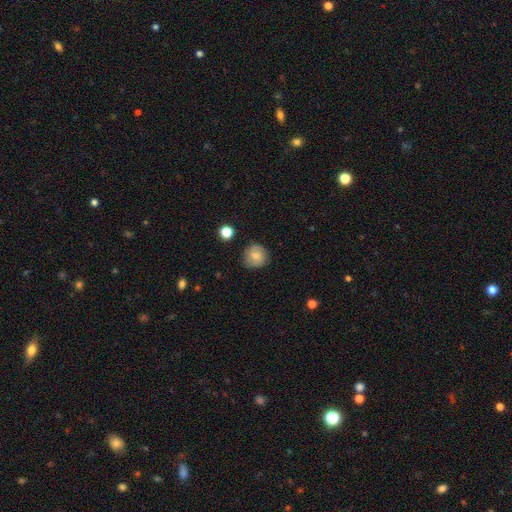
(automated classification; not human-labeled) The model was most divided on "smooth or featured": smooth: 70%, featured or disk: 21%, star or artifact: 9%. More confident: how rounded — round (89%); merging — none (83%).